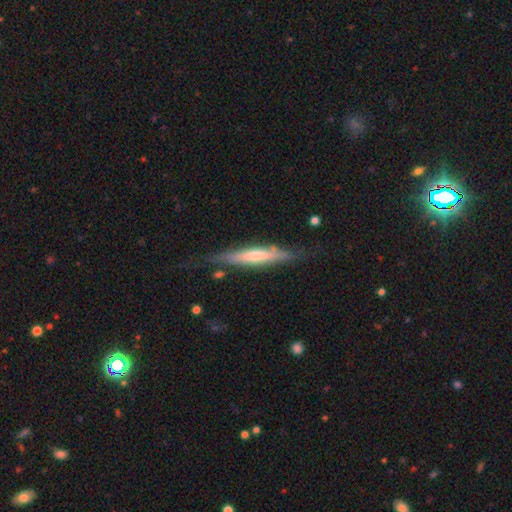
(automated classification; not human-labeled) This appears to be a featured or disk galaxy (52%) viewed edge-on (87%). Merging: none (69%).